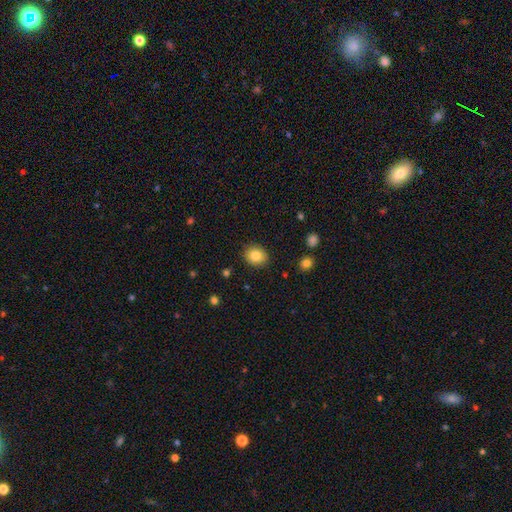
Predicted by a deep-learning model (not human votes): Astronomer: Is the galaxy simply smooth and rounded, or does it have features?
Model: smooth — 83%.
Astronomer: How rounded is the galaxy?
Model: round — 59% (runner-up: in between, 40%).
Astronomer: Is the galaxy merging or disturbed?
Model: none — 88%.